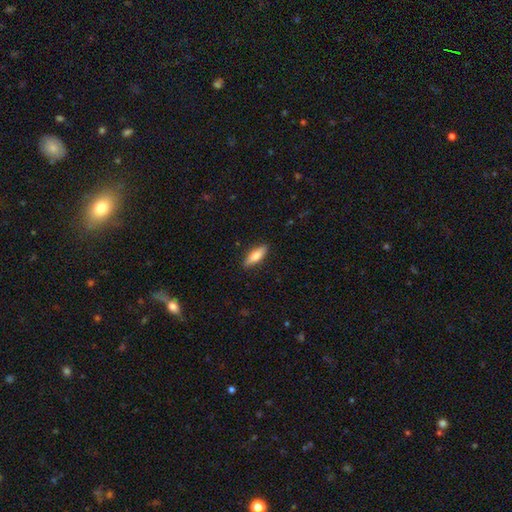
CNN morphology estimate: smooth 74%, featured or disk 20%, star or artifact 6%. Down the decision tree: how rounded — in between (52%); merging — none (88%).